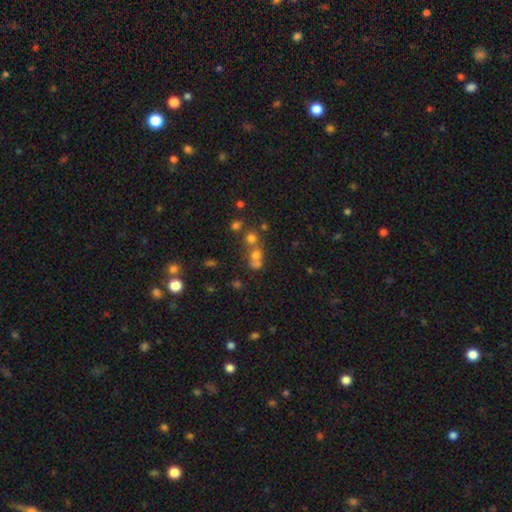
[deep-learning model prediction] Smooth or featured? Predicted: smooth (p=0.54). How rounded? Predicted: round (p=0.77). Merging? Predicted: merger (p=0.47).